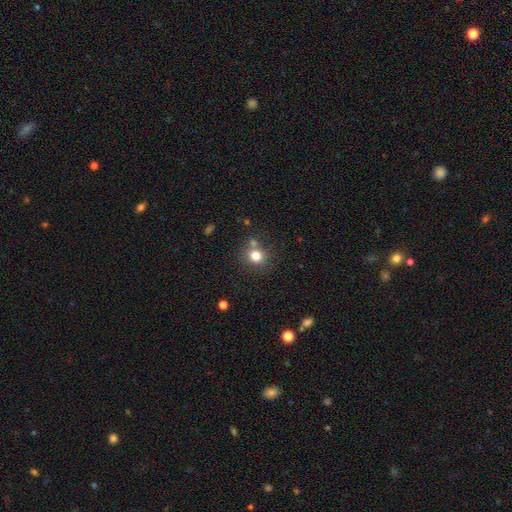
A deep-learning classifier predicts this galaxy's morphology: A smooth galaxy with no disk features (78%) that is round (83%). Merging: none (69%).